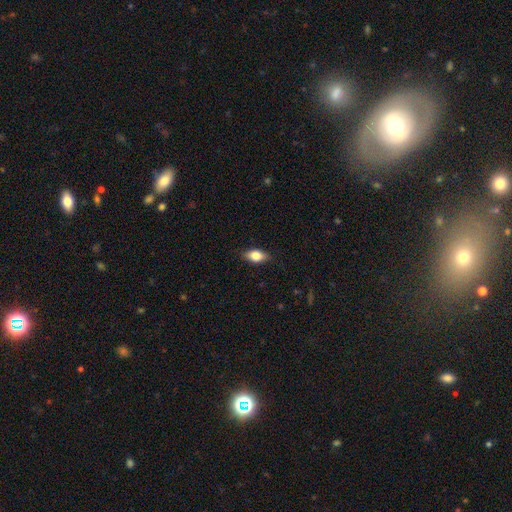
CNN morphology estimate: Smooth or featured? Predicted: smooth (p=0.78). How rounded? Predicted: in between (p=0.85). Merging? Predicted: none (p=0.85).